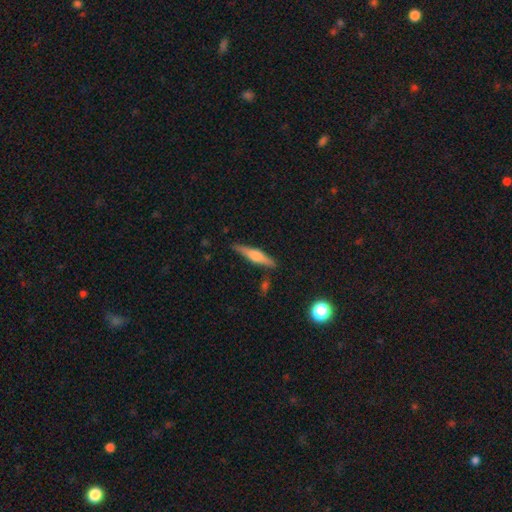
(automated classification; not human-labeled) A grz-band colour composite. It shows a featured or disk galaxy (58%) viewed edge-on (97%) with a rounded central bulge (81%). Merging: none (86%).